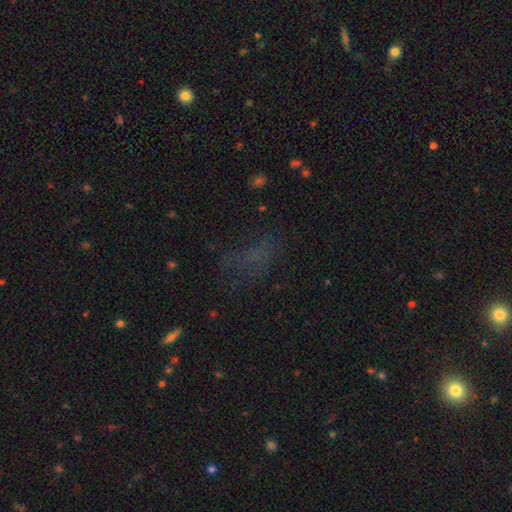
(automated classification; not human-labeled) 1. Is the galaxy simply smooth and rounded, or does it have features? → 44% smooth, 40% star or artifact, 17% featured or disk.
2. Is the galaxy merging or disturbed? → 56% none, 21% major disturbance, 19% minor disturbance, 3% merger.